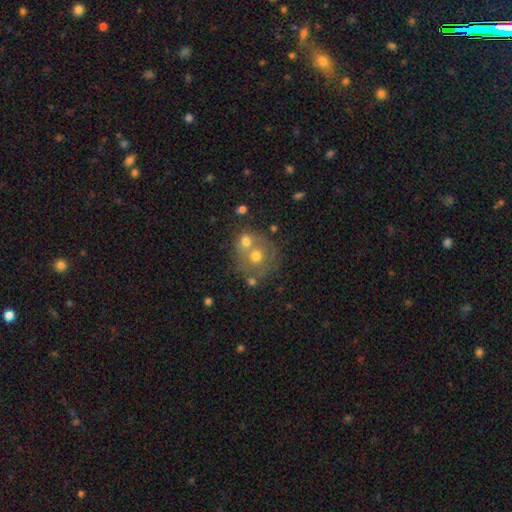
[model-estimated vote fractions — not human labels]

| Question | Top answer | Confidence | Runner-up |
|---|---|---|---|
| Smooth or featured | smooth | 52% | featured or disk (37%) |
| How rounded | round | 84% | in between (16%) |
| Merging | merger | 43% | none (41%) |